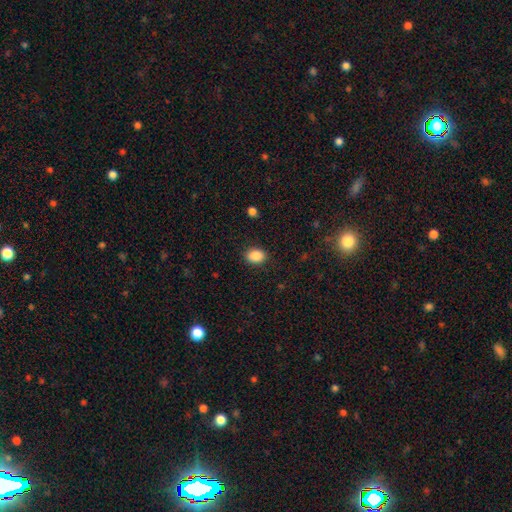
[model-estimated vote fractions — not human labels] A smooth galaxy with no disk features (88%) that is in between round and cigar-shaped (69%).

Vote fractions:
- Smooth or featured? smooth: 88% / star or artifact: 8% / featured or disk: 3%
- How rounded? in between: 69% / round: 30% / cigar-shaped: 1%
- Merging? none: 87% / minor disturbance: 9% / major disturbance: 3% / merger: 1%